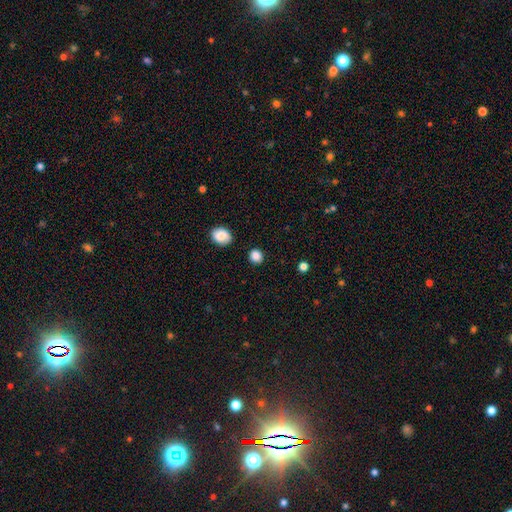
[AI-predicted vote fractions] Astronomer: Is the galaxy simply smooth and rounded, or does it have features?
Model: smooth — 86%.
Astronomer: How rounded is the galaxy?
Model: round — 84%.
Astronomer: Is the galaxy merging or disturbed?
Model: none — 87%.